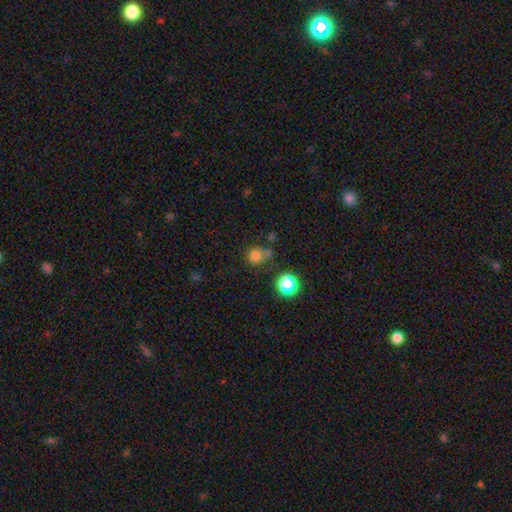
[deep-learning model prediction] Overall: smooth (75%). How rounded: round (82%). Merging: none (52%; merger 20%).